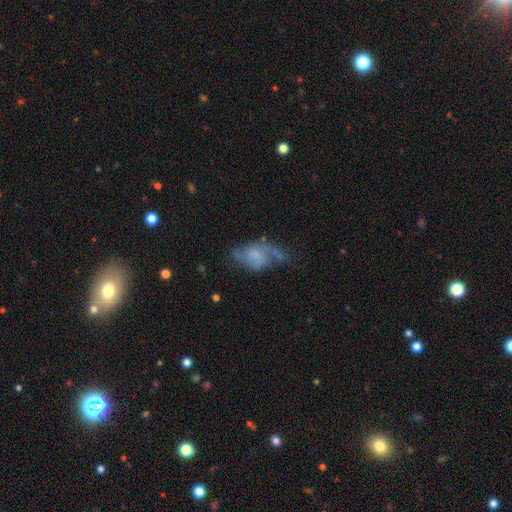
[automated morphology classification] smooth-or-featured: featured or disk: 70% | smooth: 22% | star or artifact: 8%
  disk-edge-on: no: 96% | yes: 4%
    bar: no: 49% | weak: 43% | strong: 8%
    has-spiral-arms: yes: 88% | no: 12%
      spiral-winding: loose: 43% | medium: 42% | tight: 14%
      spiral-arm-count: 2: 76% | can't tell: 10% | 1: 8% | 3: 3% | 4: 1% | more than 4: 1%
    bulge-size: none: 44% | small: 28% | moderate: 19% | large: 6% | dominant: 2%
  merging: none: 46% | minor disturbance: 27% | major disturbance: 23% | merger: 4%